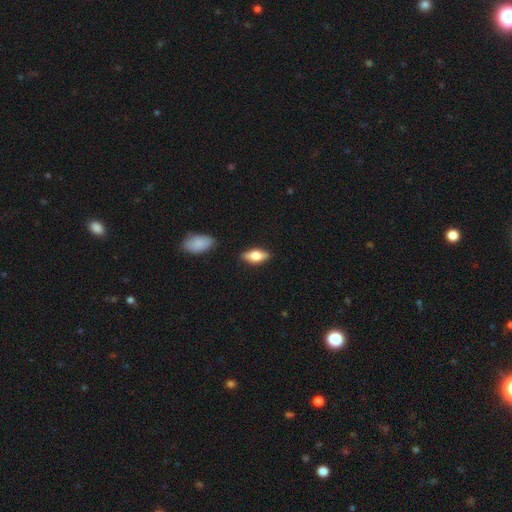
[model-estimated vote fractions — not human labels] A smooth galaxy with no disk features (57%) that is in between round and cigar-shaped (77%). Merging: none (86%).